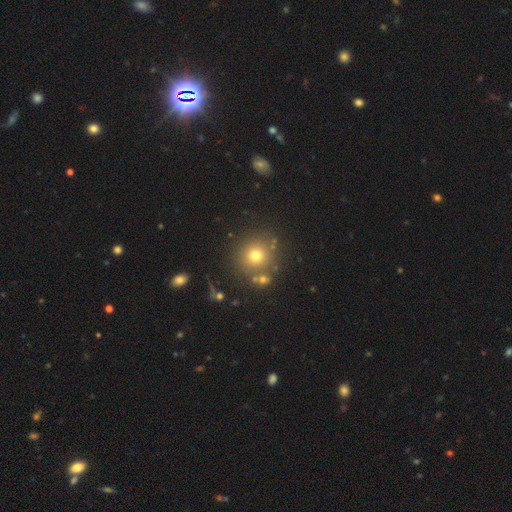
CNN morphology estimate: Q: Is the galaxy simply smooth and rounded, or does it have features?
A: smooth — 71%.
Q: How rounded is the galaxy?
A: round — 92%.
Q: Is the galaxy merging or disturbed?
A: none — 80%.